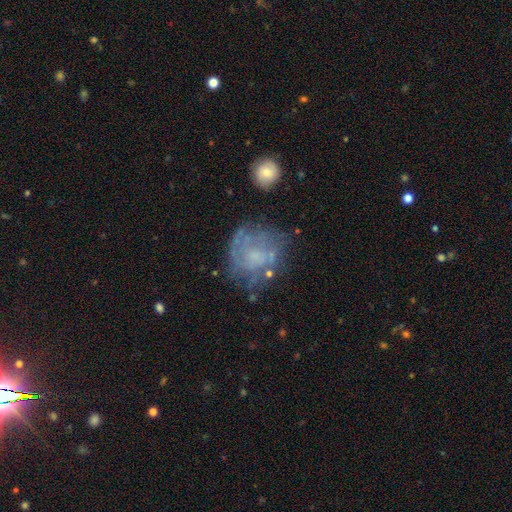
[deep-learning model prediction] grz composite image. It shows a featured or disk galaxy (55%) with no bar (82%), no spiral arms (51%) and no central bulge (49%). Merging: none (54%).